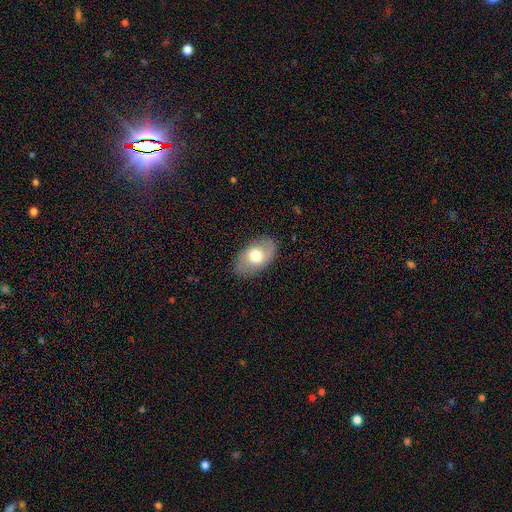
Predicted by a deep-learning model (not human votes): The model was most divided on "smooth or featured": smooth: 61%, featured or disk: 33%, star or artifact: 6%. More confident: how rounded — in between (90%); merging — none (84%).